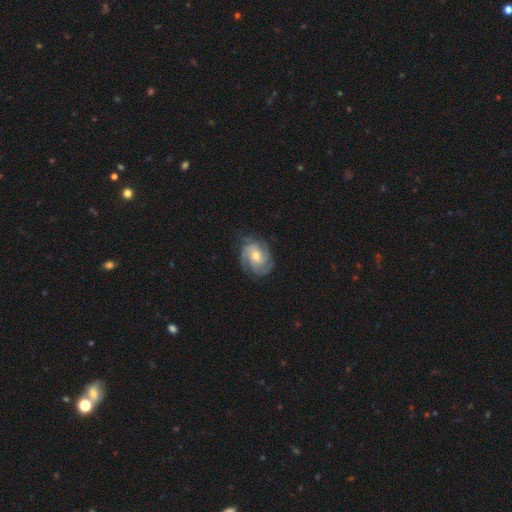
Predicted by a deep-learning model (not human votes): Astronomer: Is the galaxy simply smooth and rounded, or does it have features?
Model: featured or disk — 78%.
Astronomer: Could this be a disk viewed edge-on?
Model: no — 97%.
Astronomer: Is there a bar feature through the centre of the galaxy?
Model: no — 67%.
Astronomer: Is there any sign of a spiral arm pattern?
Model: yes — 95%.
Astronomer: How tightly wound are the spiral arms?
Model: tight — 56% (runner-up: medium, 35%).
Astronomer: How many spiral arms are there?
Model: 3 — 34% (runner-up: can't tell, 22%).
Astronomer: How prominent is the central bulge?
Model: moderate — 59%.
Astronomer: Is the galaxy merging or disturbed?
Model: none — 72%.